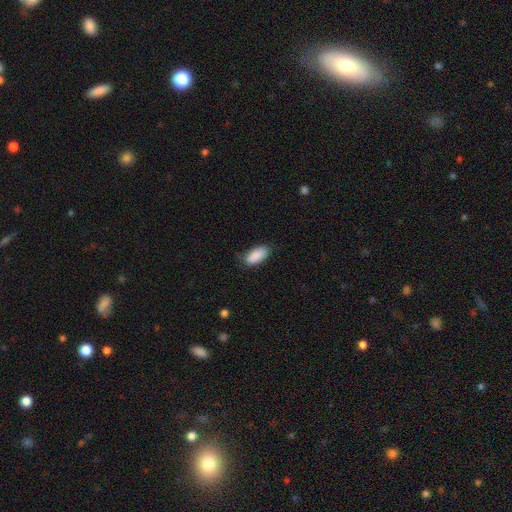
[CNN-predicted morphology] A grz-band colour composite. It shows a smooth galaxy with no disk features (90%) that is in between round and cigar-shaped (91%). Merging: none (76%).